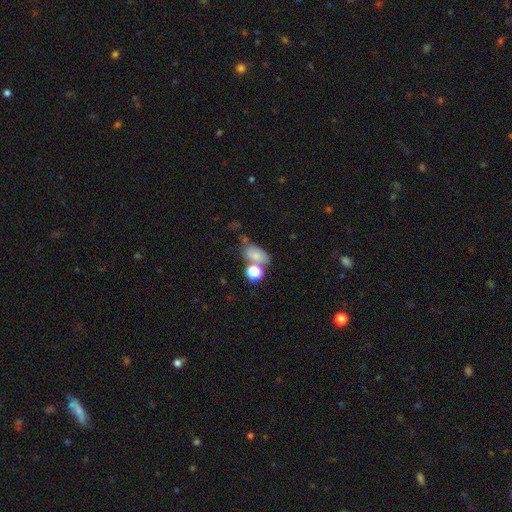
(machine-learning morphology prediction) Q: Smooth or featured?
A: smooth (72%); runner-up: star or artifact (14%)
Q: How rounded?
A: in between (80%); runner-up: round (17%)
Q: Merging?
A: none (44%); runner-up: merger (30%)